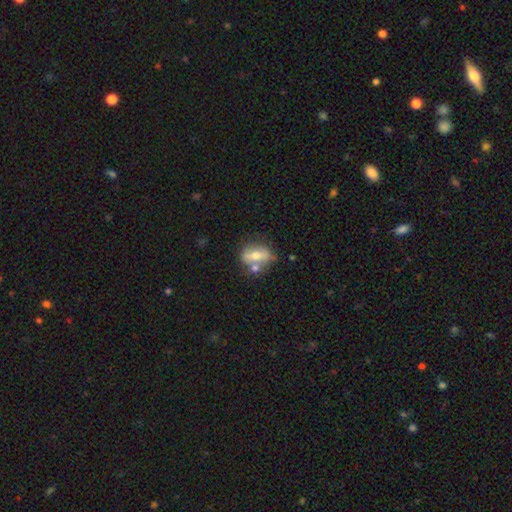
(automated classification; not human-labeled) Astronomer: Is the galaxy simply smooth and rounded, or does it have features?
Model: smooth — 47% (runner-up: featured or disk, 44%).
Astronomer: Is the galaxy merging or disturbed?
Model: none — 55%.